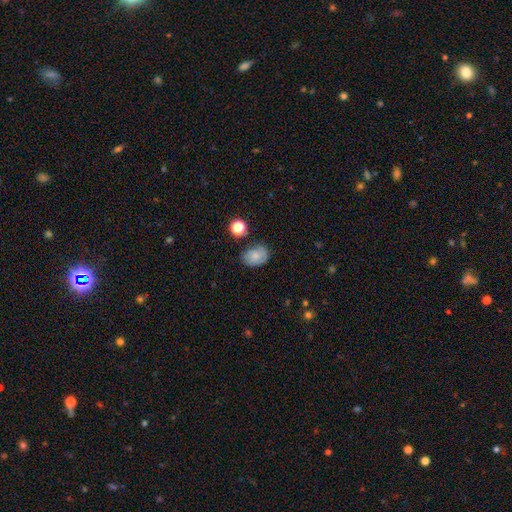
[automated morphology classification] A smooth galaxy with no disk features (59%) that is in between round and cigar-shaped (72%). Merging: none (70%).